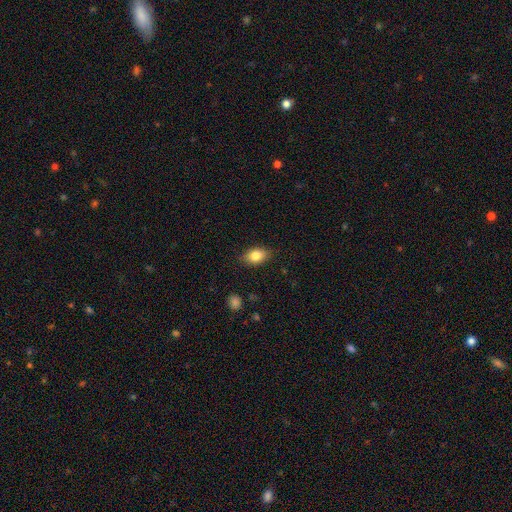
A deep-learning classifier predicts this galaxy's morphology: This appears to be a smooth galaxy with no disk features (82%) that is in between round and cigar-shaped (82%). Merging: none (84%).